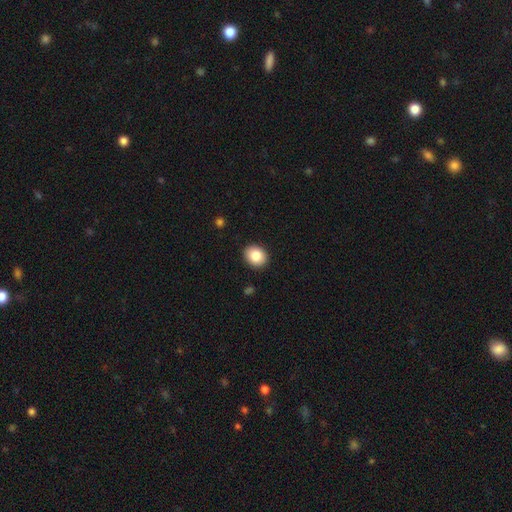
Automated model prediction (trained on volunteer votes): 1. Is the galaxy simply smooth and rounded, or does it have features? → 85% smooth, 8% star or artifact, 7% featured or disk.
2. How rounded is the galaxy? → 55% round, 44% in between, 1% cigar-shaped.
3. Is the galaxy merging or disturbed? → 91% none, 6% minor disturbance, 2% major disturbance, 1% merger.